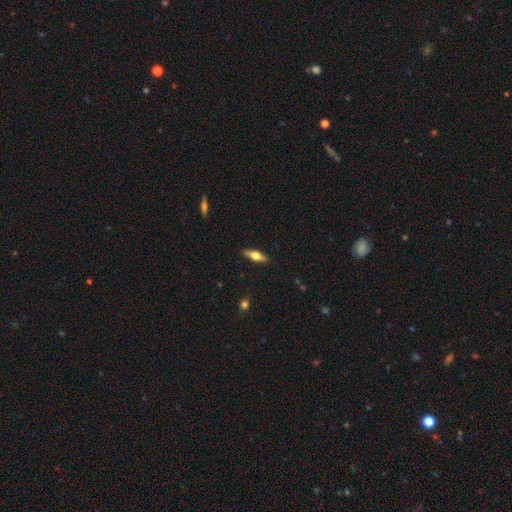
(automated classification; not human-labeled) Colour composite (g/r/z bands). It shows a smooth galaxy with no disk features (50%). Merging: none (89%).